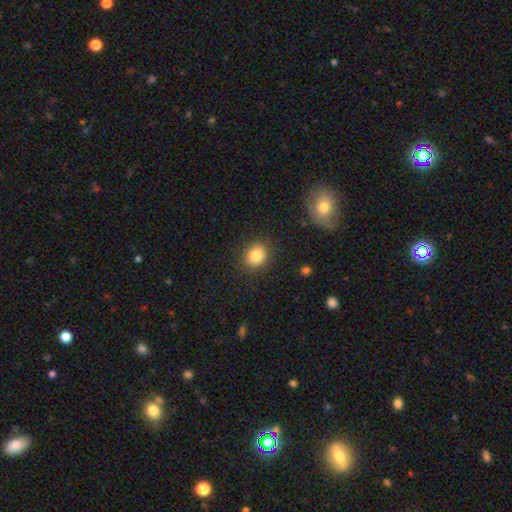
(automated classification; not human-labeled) smooth_or_featured: smooth (p=0.83) [alt: star or artifact p=0.11]
how_rounded: round (p=0.74) [alt: in between p=0.25]
merging: none (p=0.87) [alt: minor disturbance p=0.09]